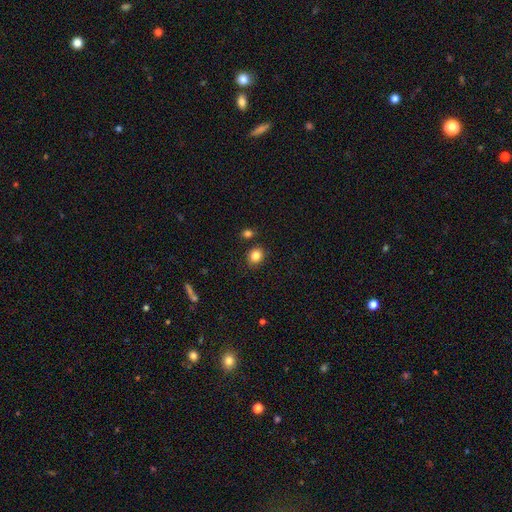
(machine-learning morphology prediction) Smooth or featured?
  - smooth: 84% *
  - star or artifact: 10%
  - featured or disk: 6%
How rounded?
  - round: 64% *
  - in between: 35%
  - cigar-shaped: 1%
Merging?
  - none: 83% *
  - minor disturbance: 9%
  - merger: 5%
  - major disturbance: 2%